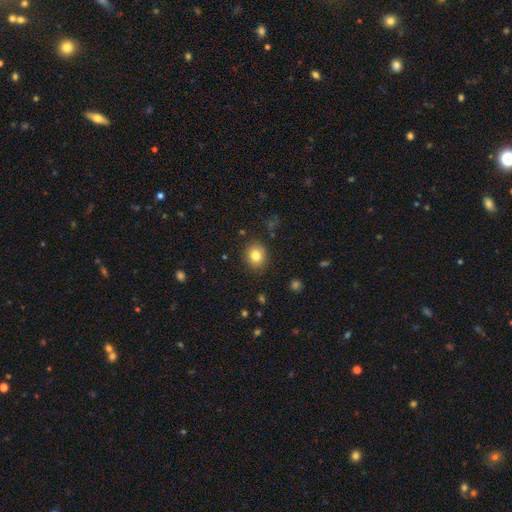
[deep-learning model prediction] smooth_or_featured: smooth (p=0.81) [alt: star or artifact p=0.10]
how_rounded: round (p=0.70) [alt: in between p=0.29]
merging: none (p=0.88) [alt: minor disturbance p=0.09]